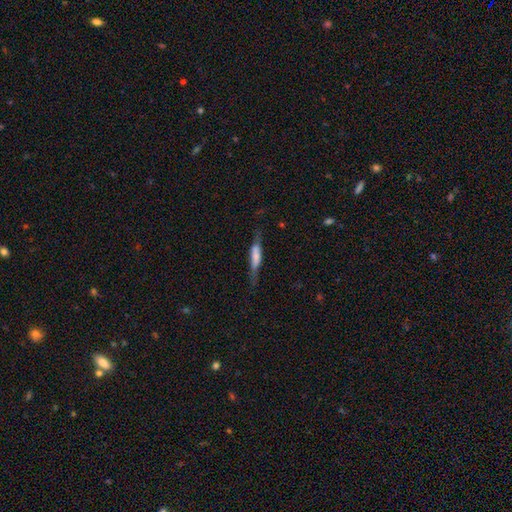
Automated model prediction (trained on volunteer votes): A smooth galaxy with no disk features (53%) that is cigar-shaped (78%).

Vote fractions:
- Smooth or featured? smooth: 53% / featured or disk: 40% / star or artifact: 7%
- How rounded? cigar-shaped: 78% / in between: 20% / round: 2%
- Merging? none: 59% / minor disturbance: 25% / major disturbance: 13% / merger: 3%